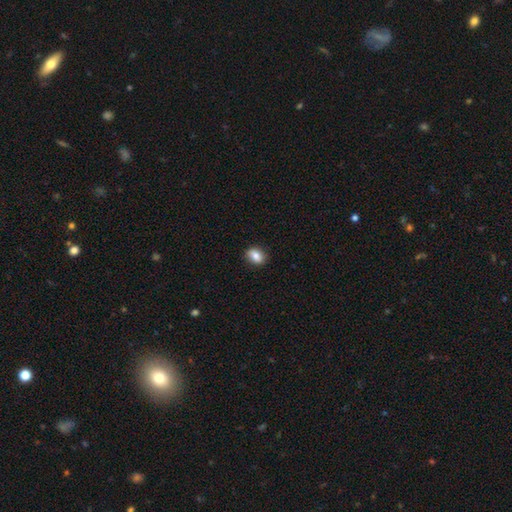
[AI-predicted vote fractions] smooth-or-featured: smooth: 82% | featured or disk: 10% | star or artifact: 8%
  how-rounded: in between: 64% | round: 34% | cigar-shaped: 2%
  merging: none: 87% | minor disturbance: 10% | major disturbance: 2% | merger: 1%